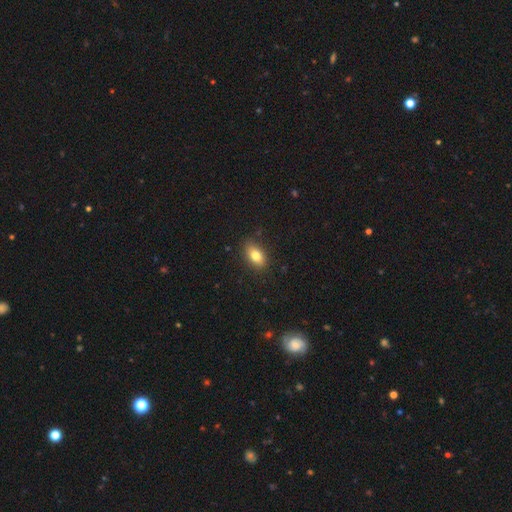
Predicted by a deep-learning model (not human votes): This appears to be a smooth galaxy with no disk features (80%) that is in between round and cigar-shaped (86%). Merging: none (86%).